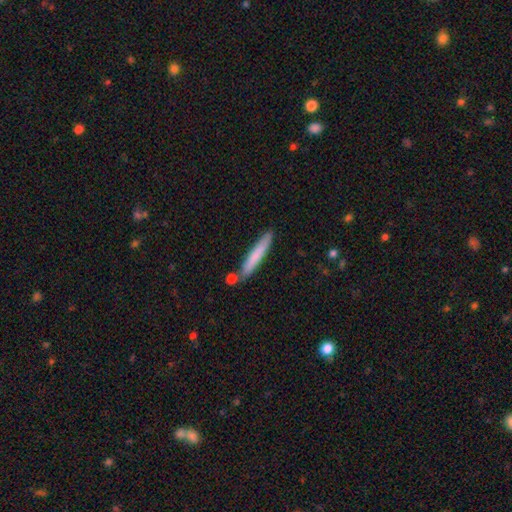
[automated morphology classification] Smooth or featured? Predicted: smooth (p=0.73). How rounded? Predicted: cigar-shaped (p=0.95). Merging? Predicted: none (p=0.80).